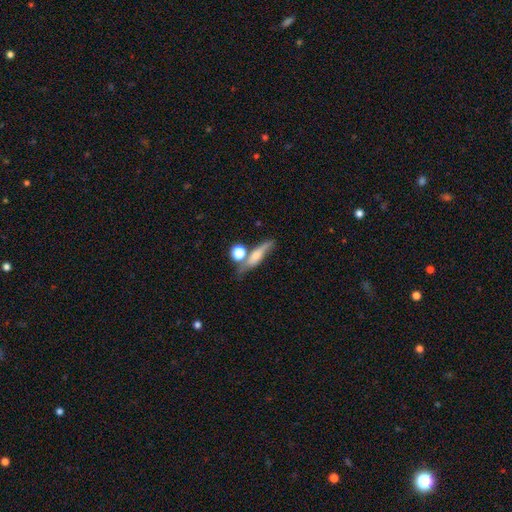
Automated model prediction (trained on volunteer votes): Smooth or featured: smooth — 57% (featured or disk — 33%)
How rounded: cigar-shaped — 58% (in between — 27%)
Merging: none — 48% (merger — 23%)